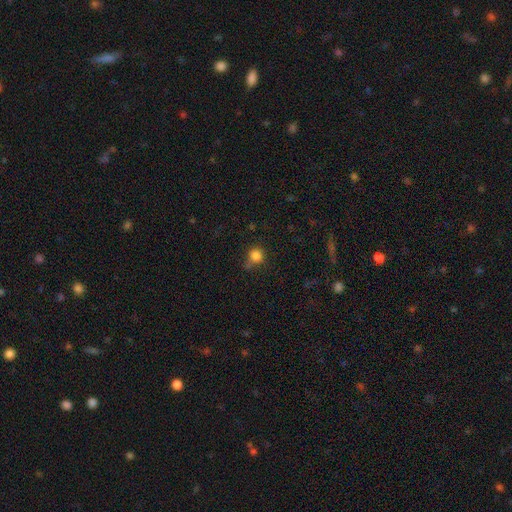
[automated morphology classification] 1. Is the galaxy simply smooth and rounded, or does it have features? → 82% smooth, 13% star or artifact, 5% featured or disk.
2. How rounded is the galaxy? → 89% round, 10% in between, 1% cigar-shaped.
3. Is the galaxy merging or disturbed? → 63% none, 23% minor disturbance, 8% merger, 7% major disturbance.